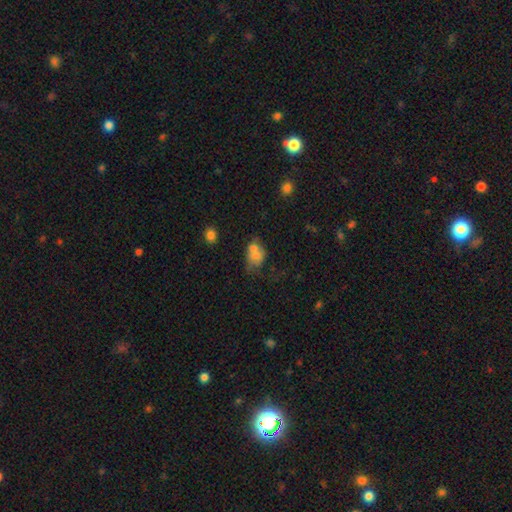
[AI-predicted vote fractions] This appears to be a smooth galaxy with no disk features (68%) that is in between round and cigar-shaped (57%). Merging: merger (52%).